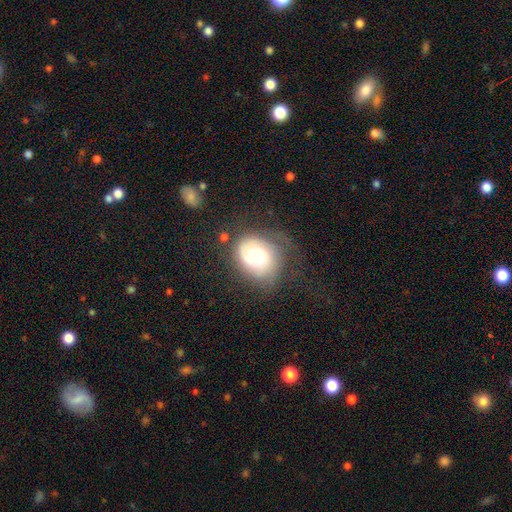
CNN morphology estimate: A smooth galaxy with no disk features (49%).

Vote fractions:
- Smooth or featured? smooth: 49% / featured or disk: 42% / star or artifact: 9%
- Merging? none: 48% / minor disturbance: 27% / major disturbance: 22% / merger: 3%